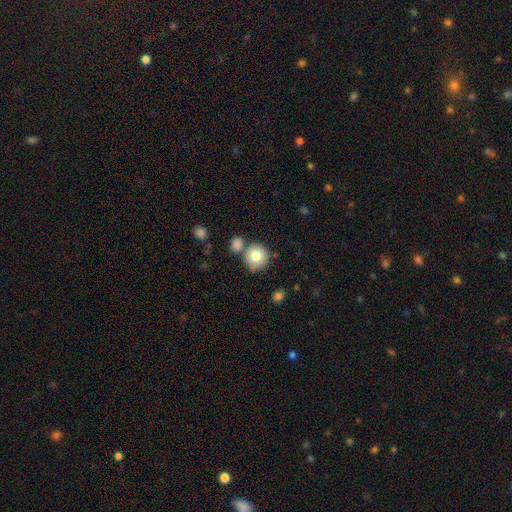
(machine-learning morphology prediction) This appears to be a smooth galaxy with no disk features (78%) that is round (91%). Merging: none (70%).